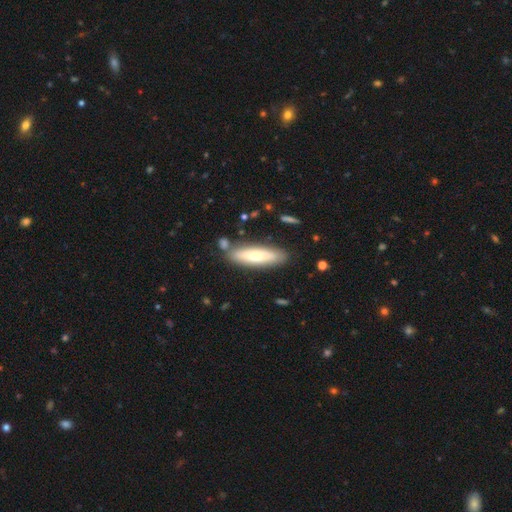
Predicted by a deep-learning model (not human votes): A smooth galaxy with no disk features (63%) that is cigar-shaped (64%).

Vote fractions:
- Smooth or featured? smooth: 63% / featured or disk: 31% / star or artifact: 6%
- How rounded? cigar-shaped: 64% / in between: 34% / round: 2%
- Merging? none: 79% / minor disturbance: 12% / merger: 6% / major disturbance: 3%